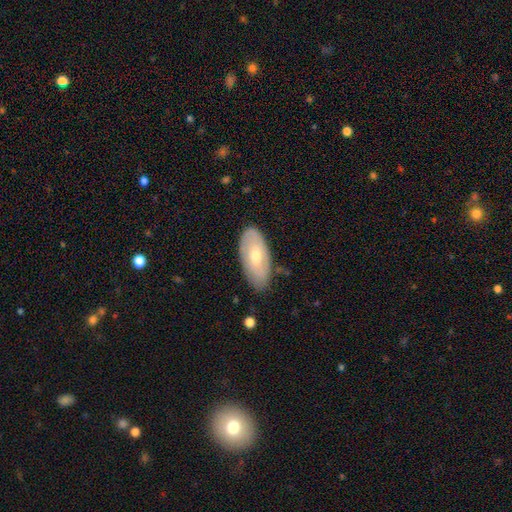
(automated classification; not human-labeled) Q: Smooth or featured?
A: smooth (48%); runner-up: featured or disk (46%)
Q: Merging?
A: none (78%); runner-up: minor disturbance (17%)